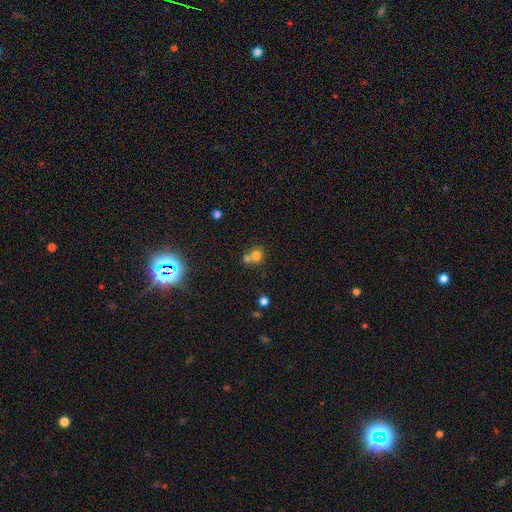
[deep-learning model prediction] A smooth galaxy with no disk features (74%) that is round (77%). Merging: merger (49%).